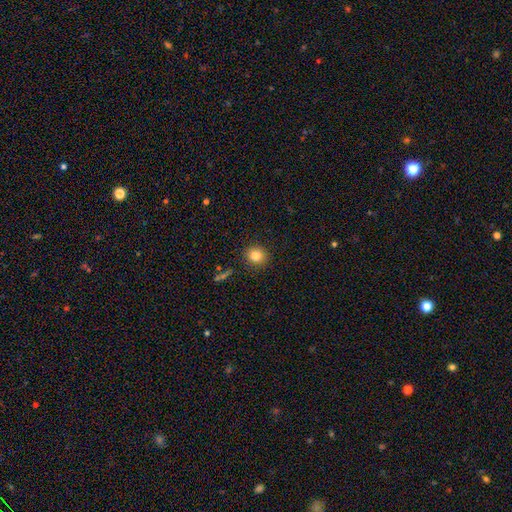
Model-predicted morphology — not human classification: This is clearly a smooth galaxy (83%). How rounded: clearly round (86%). Merging: clearly none (90%).